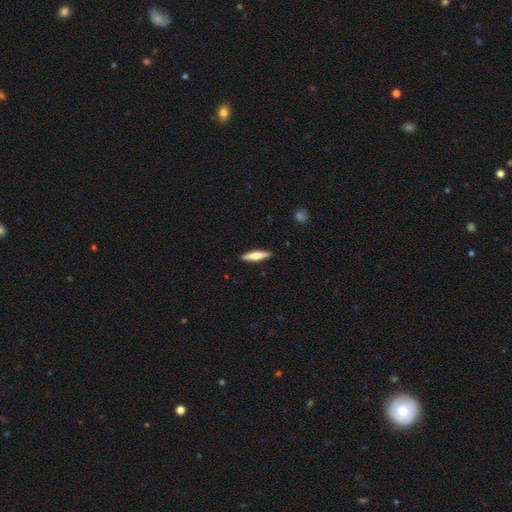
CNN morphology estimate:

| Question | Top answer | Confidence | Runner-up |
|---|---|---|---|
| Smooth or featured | smooth | 57% | featured or disk (38%) |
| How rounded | cigar-shaped | 82% | in between (16%) |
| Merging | none | 91% | minor disturbance (7%) |